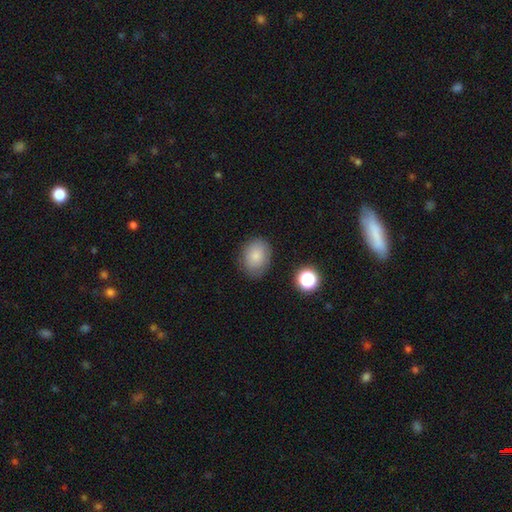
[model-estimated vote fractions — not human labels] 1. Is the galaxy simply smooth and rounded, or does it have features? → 83% smooth, 9% star or artifact, 8% featured or disk.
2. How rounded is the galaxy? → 62% in between, 37% round, 1% cigar-shaped.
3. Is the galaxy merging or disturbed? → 79% none, 15% minor disturbance, 4% major disturbance, 2% merger.